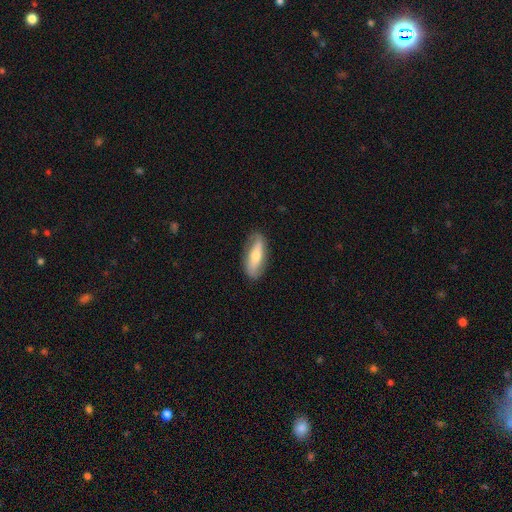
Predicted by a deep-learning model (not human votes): Smooth or featured? Predicted: featured or disk (p=0.48). Merging? Predicted: none (p=0.82).